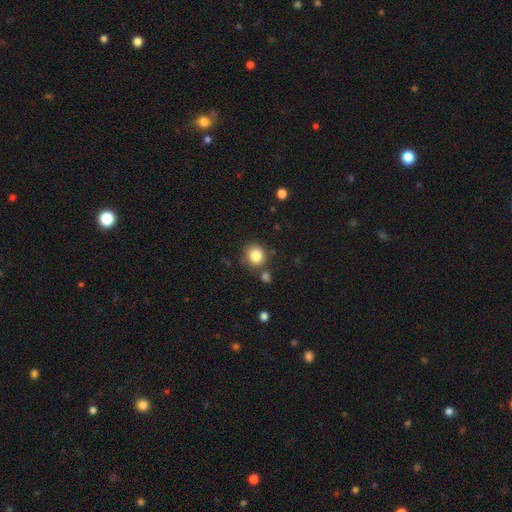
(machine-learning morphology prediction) Overall: smooth (83%). How rounded: round (87%). Merging: none (78%).